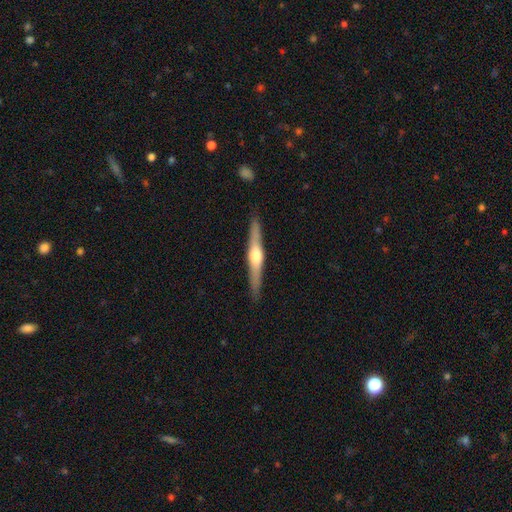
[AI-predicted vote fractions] Q: Smooth or featured?
A: featured or disk (71%); runner-up: smooth (24%)
Q: Edge-on disk?
A: yes (98%); runner-up: no (2%)
Q: Edge-on bulge?
A: rounded (89%); runner-up: boxy (7%)
Q: Merging?
A: none (90%); runner-up: minor disturbance (7%)